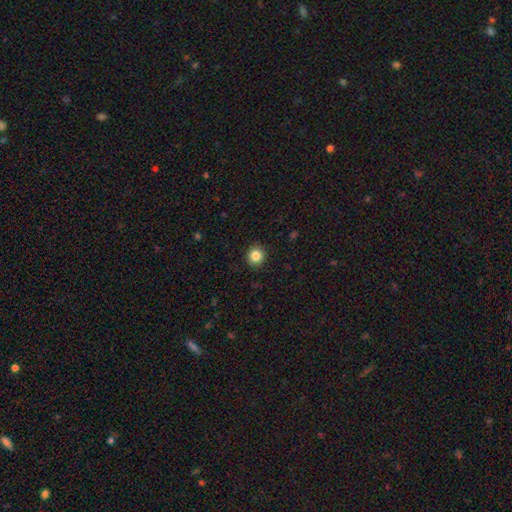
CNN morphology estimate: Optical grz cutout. It shows a smooth galaxy with no disk features (85%) that is round (90%). Merging: none (92%).